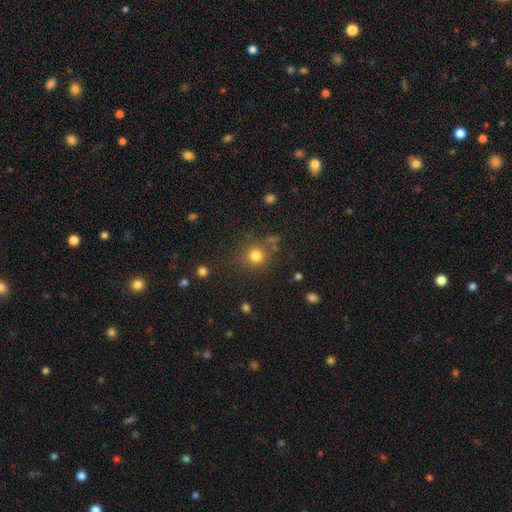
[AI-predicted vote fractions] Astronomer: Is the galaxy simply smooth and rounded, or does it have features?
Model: smooth — 79%.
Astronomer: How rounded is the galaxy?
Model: round — 92%.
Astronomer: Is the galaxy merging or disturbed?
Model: none — 77%.